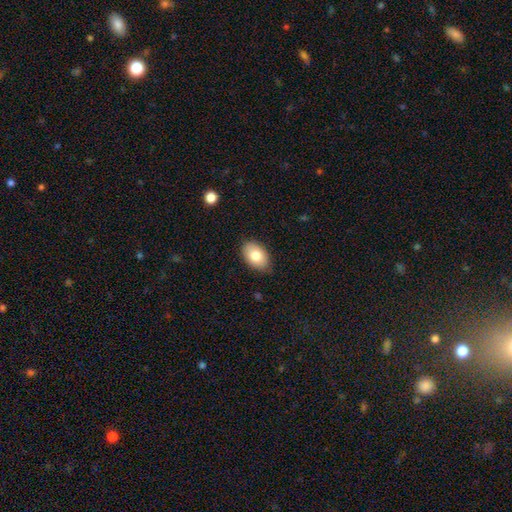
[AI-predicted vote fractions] Smooth or featured: smooth — 80% (featured or disk — 13%)
How rounded: in between — 89% (round — 10%)
Merging: none — 83% (minor disturbance — 14%)